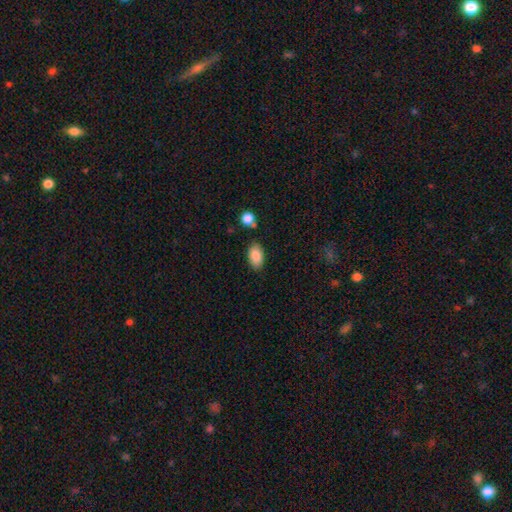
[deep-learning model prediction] Overall: smooth (87%). How rounded: in between (92%). Merging: none (80%).